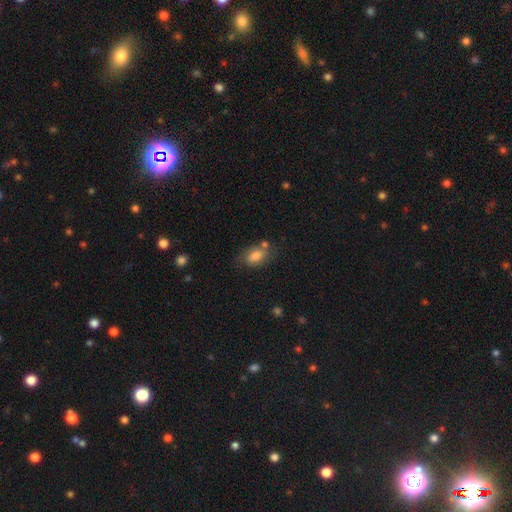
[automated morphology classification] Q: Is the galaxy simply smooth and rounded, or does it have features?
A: smooth — 72%.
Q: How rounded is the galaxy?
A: in between — 88%.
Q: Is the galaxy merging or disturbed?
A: none — 60%.